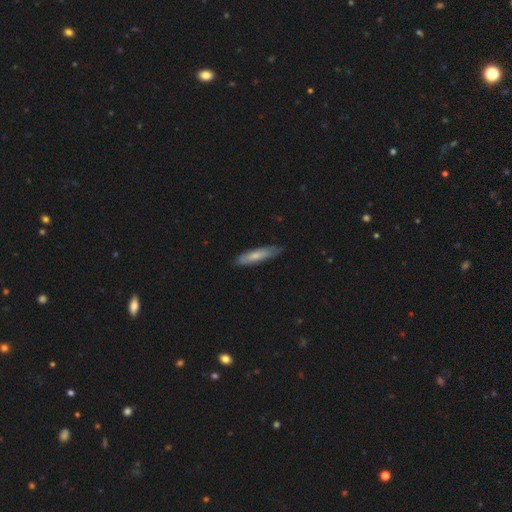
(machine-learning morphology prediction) smooth-or-featured: smooth: 68% | featured or disk: 26% | star or artifact: 6%
  how-rounded: cigar-shaped: 80% | in between: 19% | round: 1%
  merging: none: 78% | minor disturbance: 18% | major disturbance: 3% | merger: 1%